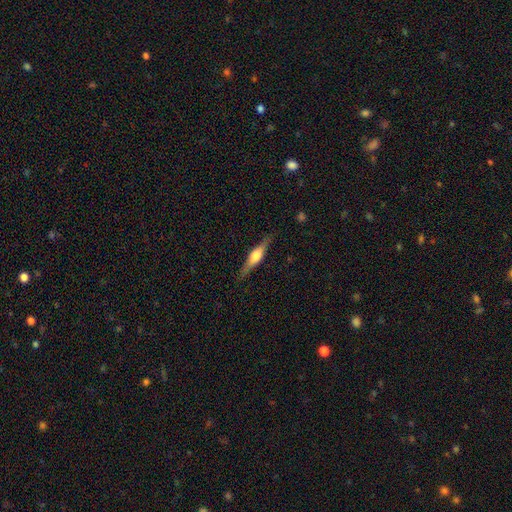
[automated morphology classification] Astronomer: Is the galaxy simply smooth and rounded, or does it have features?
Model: featured or disk — 65%.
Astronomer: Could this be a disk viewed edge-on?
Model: yes — 96%.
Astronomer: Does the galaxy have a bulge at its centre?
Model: rounded — 88%.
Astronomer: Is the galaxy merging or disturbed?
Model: none — 87%.